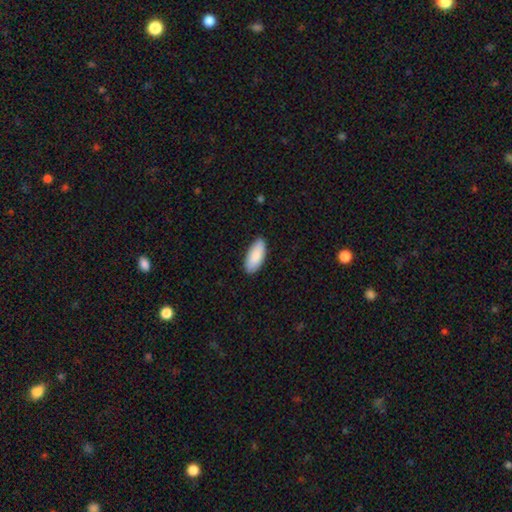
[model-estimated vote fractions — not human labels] smooth_or_featured: smooth (p=0.89) [alt: featured or disk p=0.06]
how_rounded: in between (p=0.87) [alt: cigar-shaped p=0.11]
merging: none (p=0.87) [alt: minor disturbance p=0.10]